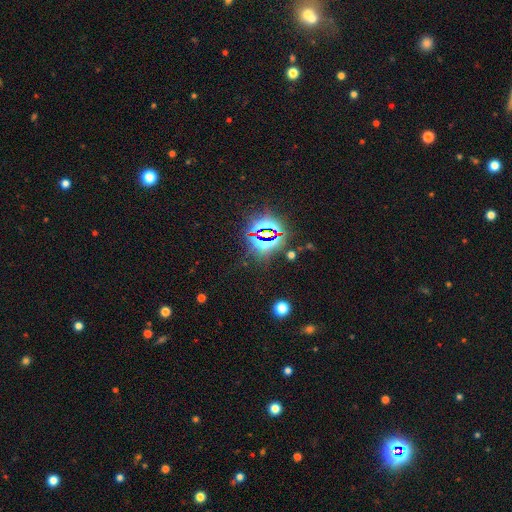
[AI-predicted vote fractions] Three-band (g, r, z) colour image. It shows a star or artifact, not a galaxy (83%).